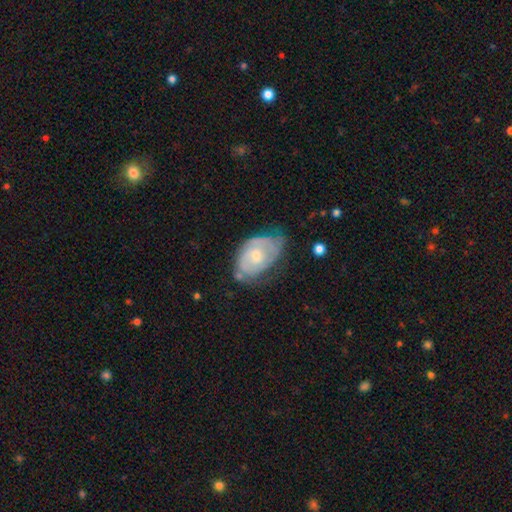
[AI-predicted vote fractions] This appears to be a featured or disk galaxy (69%) with no bar (73%), tight (60%) spiral arms (79%) and a small central bulge (51%). Merging: none (47%).